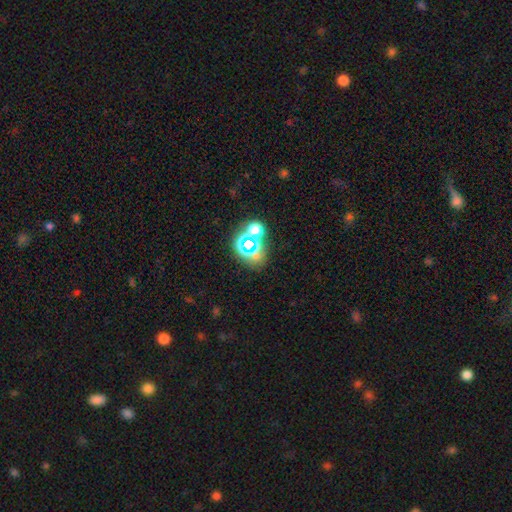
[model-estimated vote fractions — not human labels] This is possibly a star or artifact rather than a galaxy (54%).